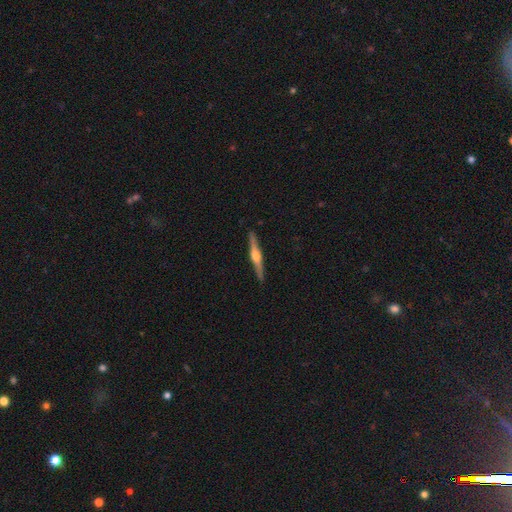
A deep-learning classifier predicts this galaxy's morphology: The model was most divided on "smooth or featured": featured or disk: 76%, smooth: 19%, star or artifact: 5%. More confident: edge-on disk — yes (98%); edge-on bulge — rounded (92%); merging — none (91%).